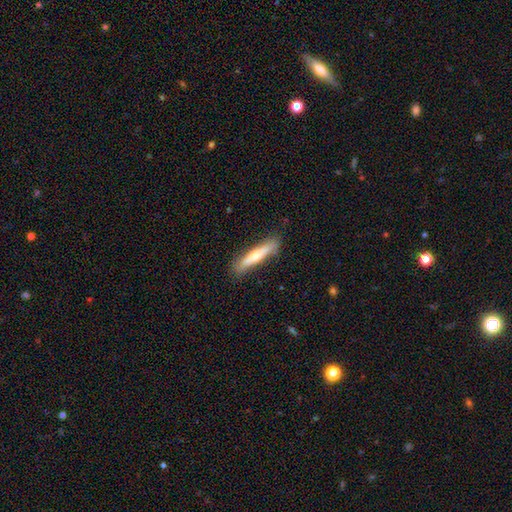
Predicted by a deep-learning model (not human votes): Smooth or featured?
  - smooth: 59% *
  - featured or disk: 35%
  - star or artifact: 6%
How rounded?
  - cigar-shaped: 90% *
  - in between: 9%
  - round: 1%
Merging?
  - none: 84% *
  - minor disturbance: 12%
  - major disturbance: 2%
  - merger: 2%